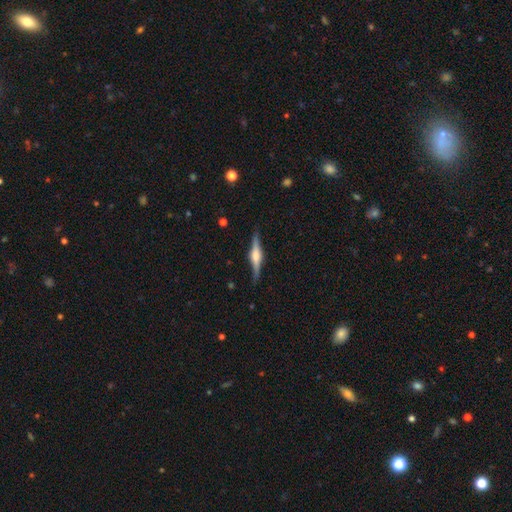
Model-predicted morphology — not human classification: This is likely a featured or disk galaxy (74%). It is clearly viewed edge-on (97%). Edge-on bulge: likely rounded (77%). Merging: clearly none (85%).